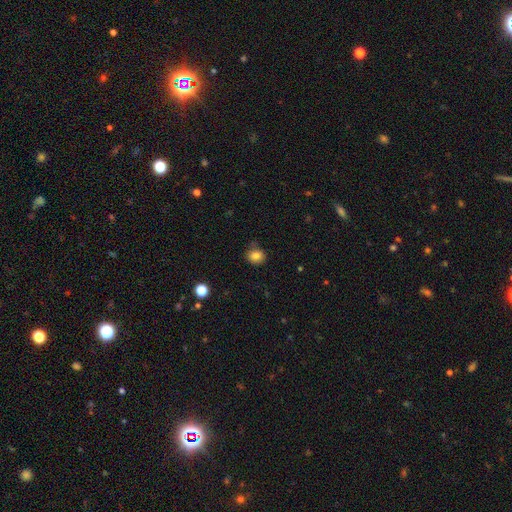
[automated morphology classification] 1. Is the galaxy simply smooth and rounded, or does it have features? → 83% smooth, 11% star or artifact, 6% featured or disk.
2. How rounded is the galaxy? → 72% round, 28% in between, 1% cigar-shaped.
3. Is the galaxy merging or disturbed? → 79% none, 15% minor disturbance, 3% major disturbance, 3% merger.